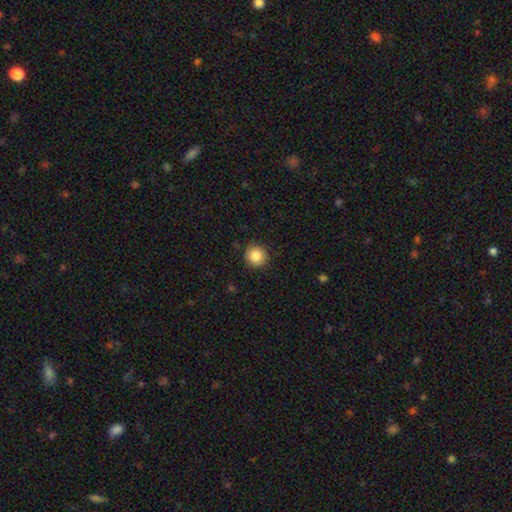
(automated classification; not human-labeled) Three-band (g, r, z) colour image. It shows a smooth galaxy with no disk features (86%) that is round (93%). Merging: none (89%).